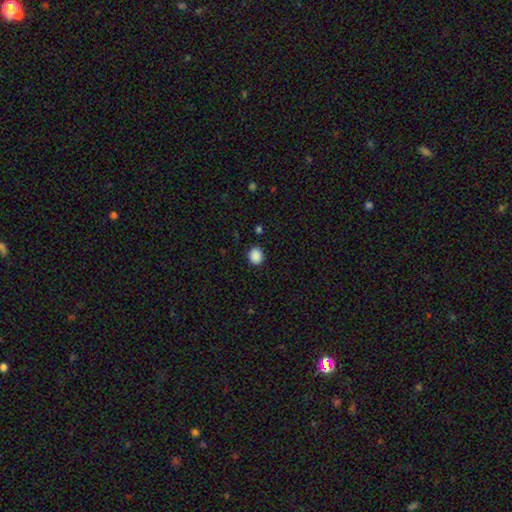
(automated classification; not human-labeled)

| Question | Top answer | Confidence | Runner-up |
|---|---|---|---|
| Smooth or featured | smooth | 89% | star or artifact (9%) |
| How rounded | round | 74% | in between (25%) |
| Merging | none | 90% | minor disturbance (7%) |